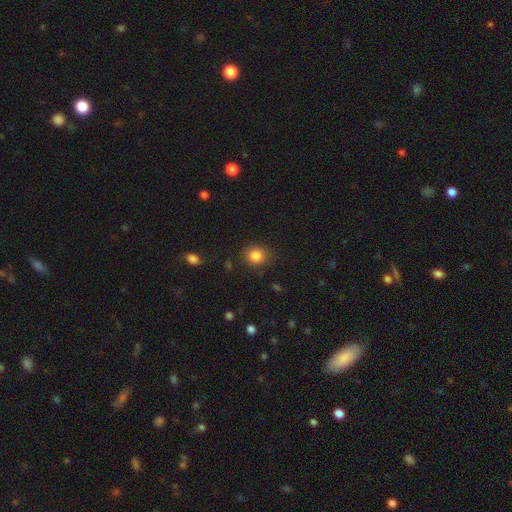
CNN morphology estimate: Smooth or featured? smooth (85%)
How rounded? round (80%)
Merging? none (83%)